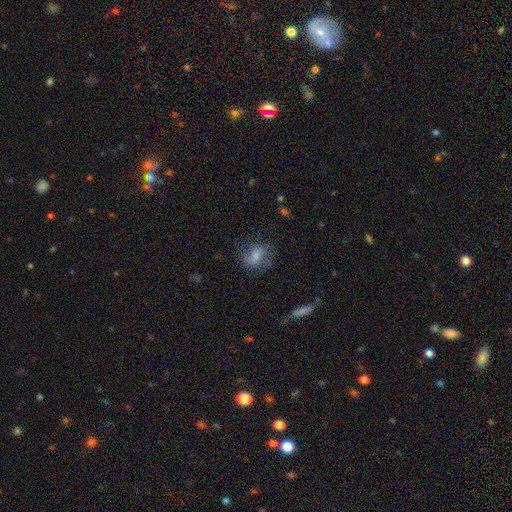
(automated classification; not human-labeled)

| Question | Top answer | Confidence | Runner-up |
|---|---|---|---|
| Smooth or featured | smooth | 71% | featured or disk (19%) |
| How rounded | in between | 67% | round (30%) |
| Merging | none | 59% | minor disturbance (24%) |